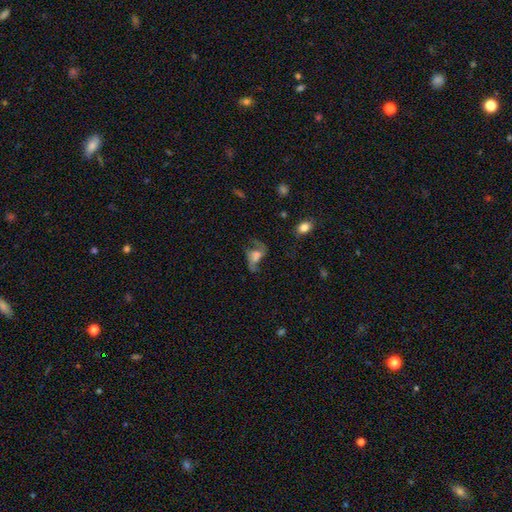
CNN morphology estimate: Q: Smooth or featured?
A: featured or disk (56%); runner-up: smooth (30%)
Q: Edge-on disk?
A: no (95%); runner-up: yes (5%)
Q: Bar?
A: no (64%); runner-up: weak (27%)
Q: Spiral arms?
A: yes (68%); runner-up: no (32%)
Q: Bulge size?
A: moderate (29%); runner-up: small (26%)
Q: Merging?
A: major disturbance (38%); runner-up: none (34%)